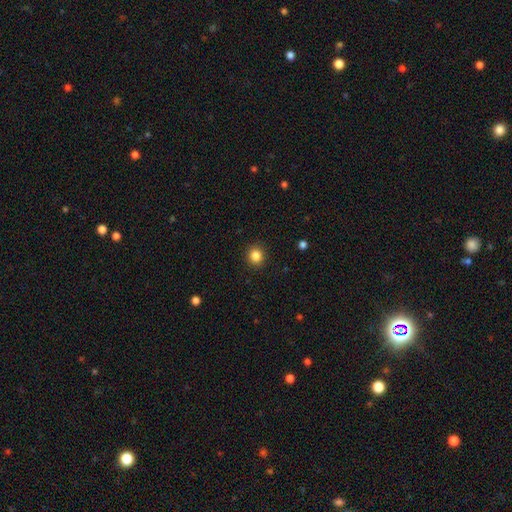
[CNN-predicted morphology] A smooth galaxy with no disk features (85%) that is round (88%).

Vote fractions:
- Smooth or featured? smooth: 85% / star or artifact: 11% / featured or disk: 4%
- How rounded? round: 88% / in between: 11% / cigar-shaped: 1%
- Merging? none: 91% / minor disturbance: 6% / major disturbance: 2% / merger: 1%